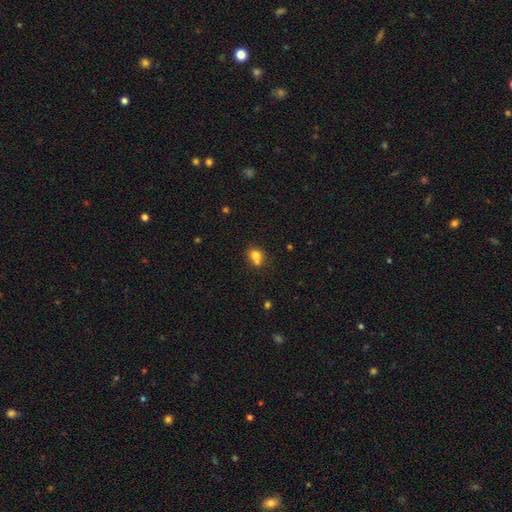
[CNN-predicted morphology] smooth-or-featured: smooth: 75% | featured or disk: 13% | star or artifact: 12%
  how-rounded: round: 65% | in between: 34% | cigar-shaped: 1%
  merging: merger: 45% | none: 40% | minor disturbance: 11% | major disturbance: 4%